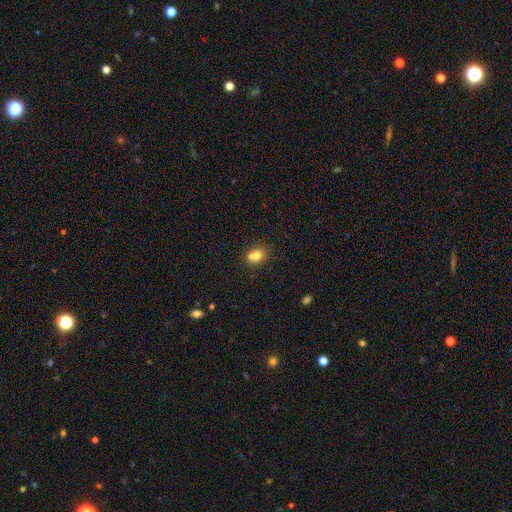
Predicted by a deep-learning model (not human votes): Smooth or featured?
  - smooth: 75% *
  - featured or disk: 14%
  - star or artifact: 11%
How rounded?
  - in between: 50% *
  - round: 49%
  - cigar-shaped: 1%
Merging?
  - none: 44% *
  - merger: 38%
  - minor disturbance: 14%
  - major disturbance: 4%